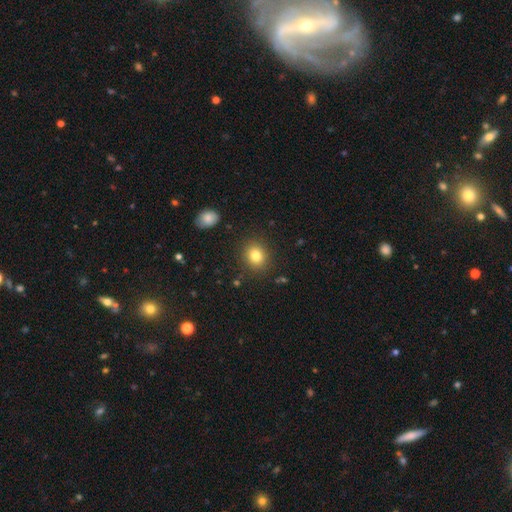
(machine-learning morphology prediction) A smooth galaxy with no disk features (81%) that is round (76%).

Vote fractions:
- Smooth or featured? smooth: 81% / star or artifact: 11% / featured or disk: 8%
- How rounded? round: 76% / in between: 23% / cigar-shaped: 1%
- Merging? none: 88% / minor disturbance: 7% / major disturbance: 3% / merger: 2%